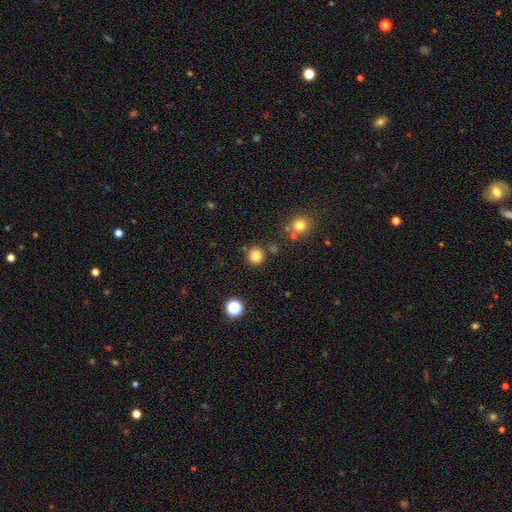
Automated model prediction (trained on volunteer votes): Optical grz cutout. It shows a smooth galaxy with no disk features (82%) that is round (93%). Merging: none (85%).